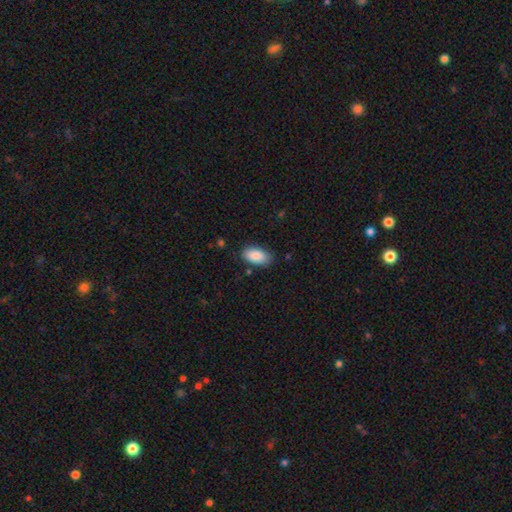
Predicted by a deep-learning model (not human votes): Overall: smooth (88%). How rounded: in between (94%). Merging: none (82%).